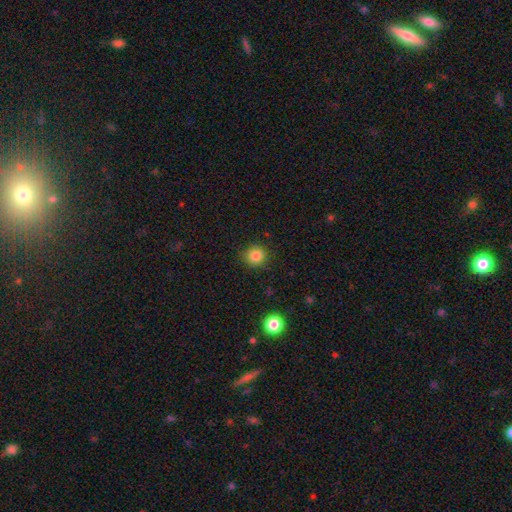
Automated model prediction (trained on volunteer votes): This appears to be a smooth galaxy with no disk features (83%) that is round (93%). Merging: none (89%).